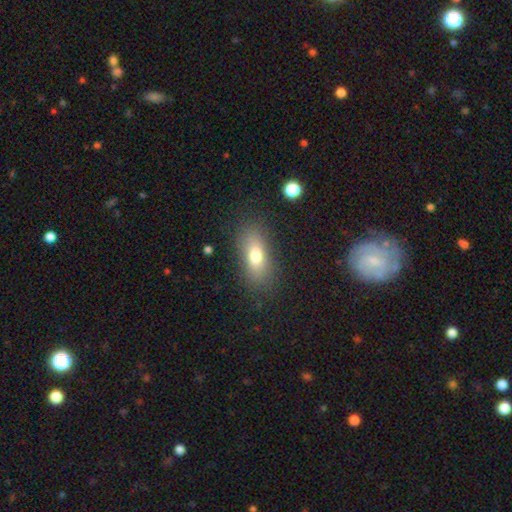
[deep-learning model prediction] Smooth or featured? smooth (74%)
How rounded? in between (78%)
Merging? none (81%)